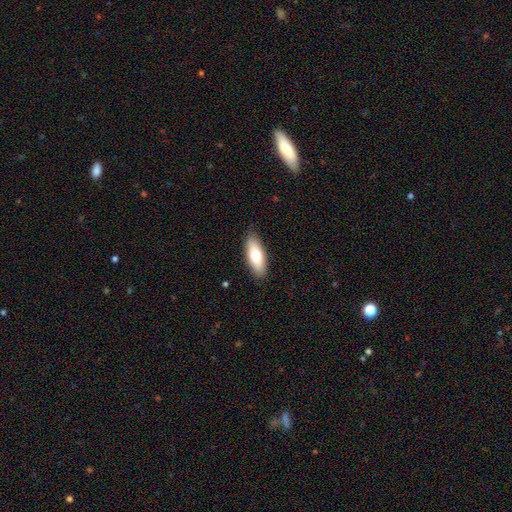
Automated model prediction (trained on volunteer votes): A smooth galaxy with no disk features (70%) that is in between round and cigar-shaped (70%). Merging: none (87%).